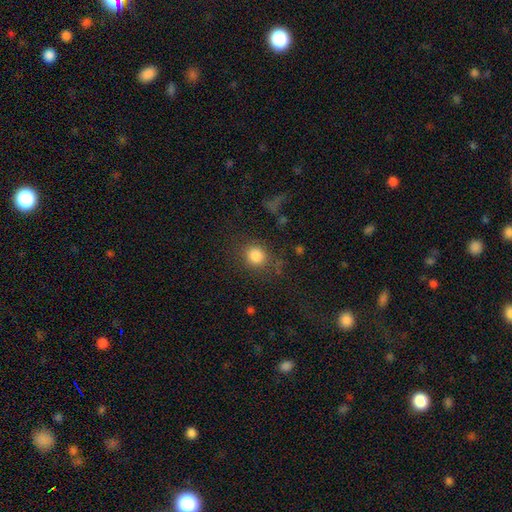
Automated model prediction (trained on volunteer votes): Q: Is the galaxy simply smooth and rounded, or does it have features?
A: smooth — 84%.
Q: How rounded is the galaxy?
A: round — 82%.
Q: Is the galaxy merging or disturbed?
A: none — 78%.